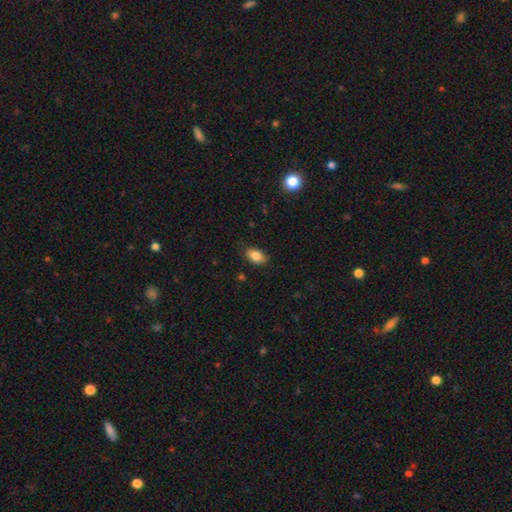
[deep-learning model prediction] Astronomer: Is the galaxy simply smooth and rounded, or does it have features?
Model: smooth — 84%.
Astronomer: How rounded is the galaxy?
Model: in between — 88%.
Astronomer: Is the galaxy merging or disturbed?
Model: none — 81%.